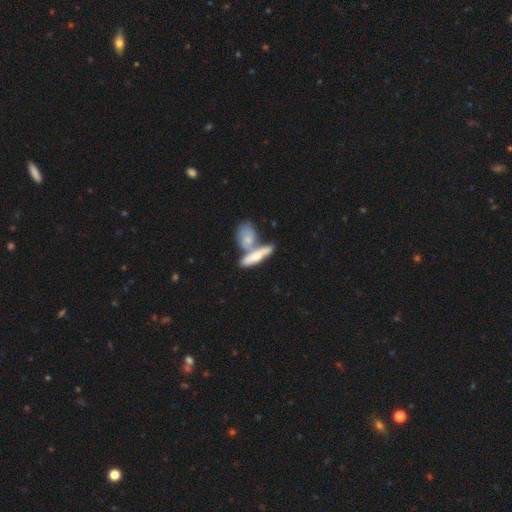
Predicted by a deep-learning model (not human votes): smooth_or_featured: smooth (p=0.61) [alt: featured or disk p=0.32]
how_rounded: cigar-shaped (p=0.54) [alt: in between p=0.42]
merging: merger (p=0.50) [alt: none p=0.35]